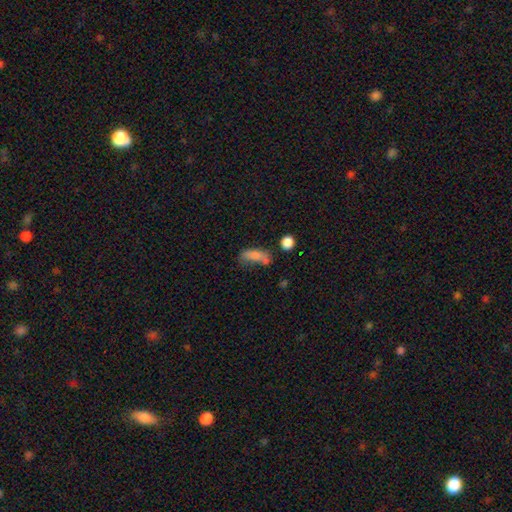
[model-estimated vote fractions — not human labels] This appears to be a smooth galaxy with no disk features (79%) that is in between round and cigar-shaped (72%). Merging: none (40%).